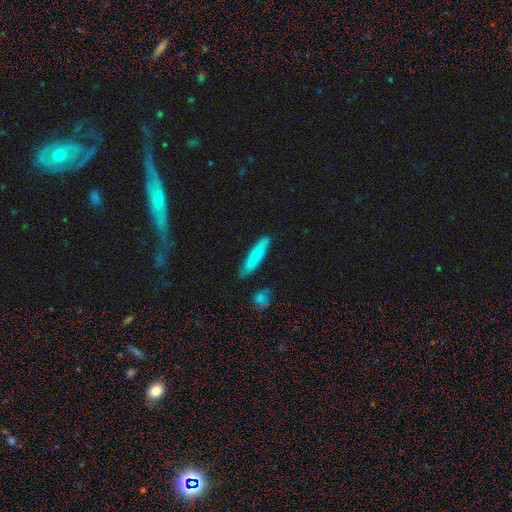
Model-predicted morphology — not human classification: smooth 79%, featured or disk 15%, star or artifact 6%. Down the decision tree: how rounded — cigar-shaped (80%); merging — none (80%).